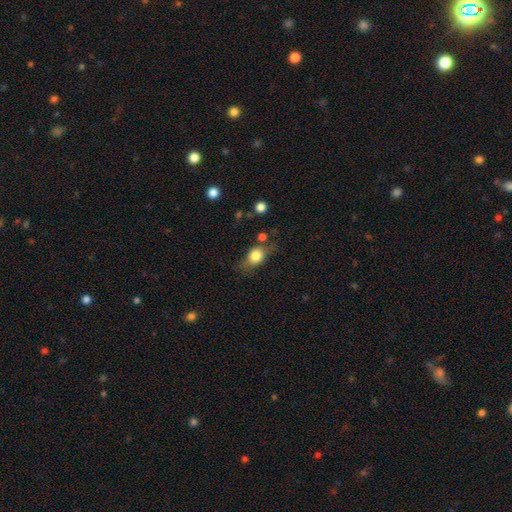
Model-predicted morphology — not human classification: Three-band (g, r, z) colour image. It shows a smooth galaxy with no disk features (77%) that is in between round and cigar-shaped (62%). Merging: none (58%).